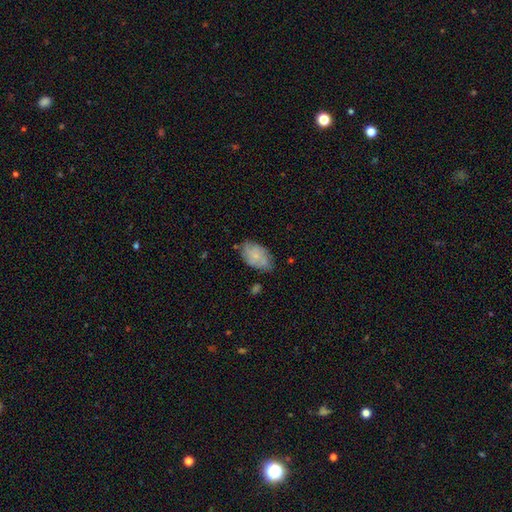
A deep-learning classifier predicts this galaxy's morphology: The model was most divided on "smooth or featured": smooth: 51%, featured or disk: 41%, star or artifact: 8%. More confident: how rounded — in between (91%); merging — none (68%).